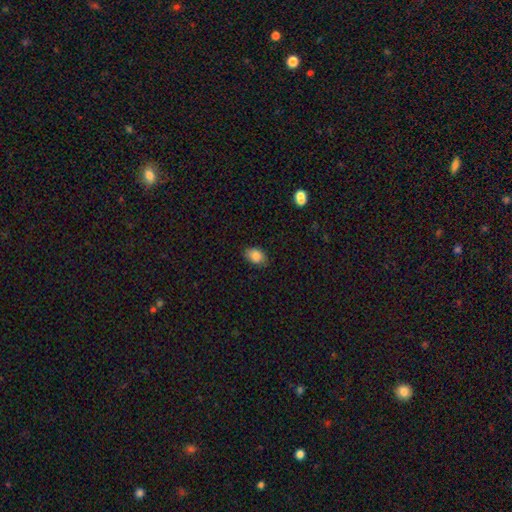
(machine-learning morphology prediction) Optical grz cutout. It shows a smooth galaxy with no disk features (87%) that is in between round and cigar-shaped (85%). Merging: none (82%).